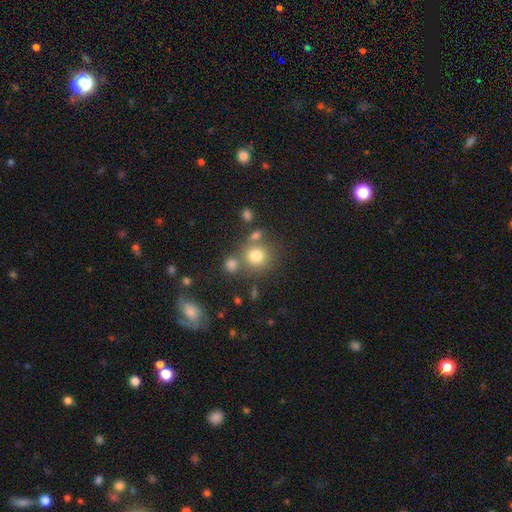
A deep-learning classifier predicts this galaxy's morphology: Smooth or featured: smooth — 76% (star or artifact — 14%)
How rounded: round — 86% (in between — 13%)
Merging: none — 63% (merger — 21%)